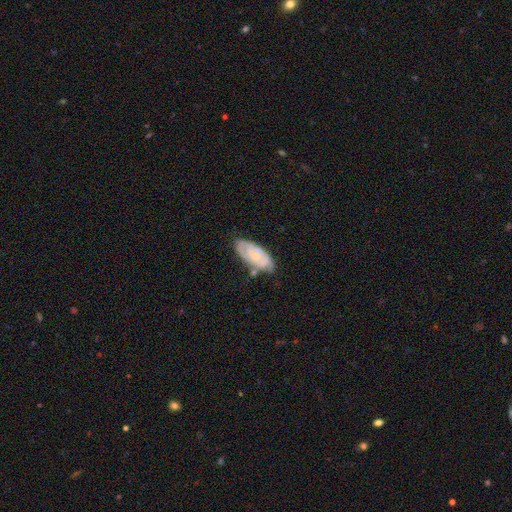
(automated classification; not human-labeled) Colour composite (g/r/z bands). It shows a featured or disk galaxy (61%) with no bar (73%), spiral arms (77%) and a small central bulge (66%). Merging: none (66%).